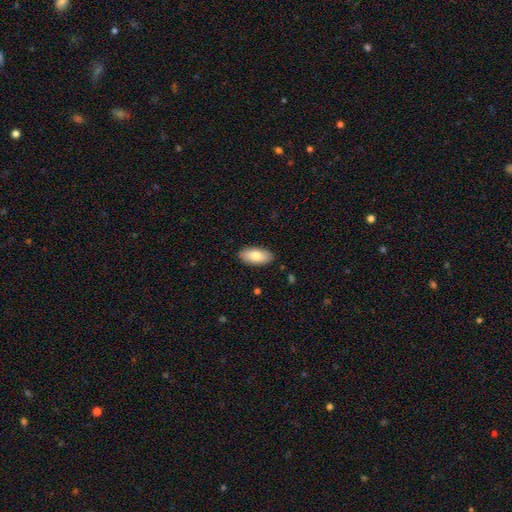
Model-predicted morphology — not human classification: Overall: smooth (79%). How rounded: in between (90%). Merging: none (88%).